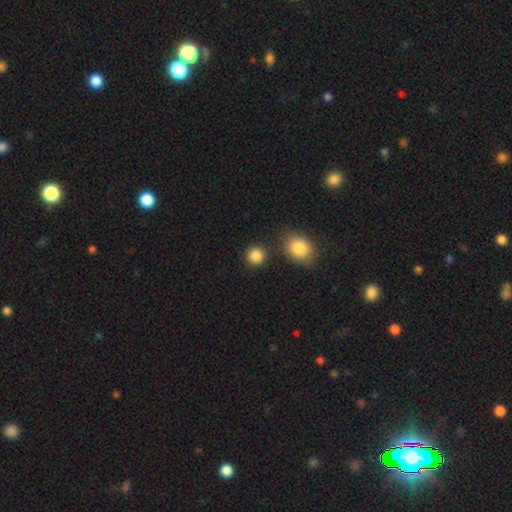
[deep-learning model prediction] This is clearly a smooth galaxy (87%). How rounded: clearly round (90%). Merging: clearly none (83%).